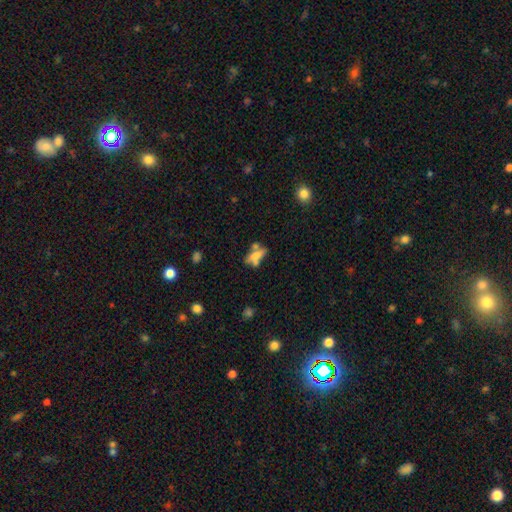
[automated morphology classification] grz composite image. It shows a smooth galaxy with no disk features (54%) that is in between round and cigar-shaped (70%). Merging: none (39%).